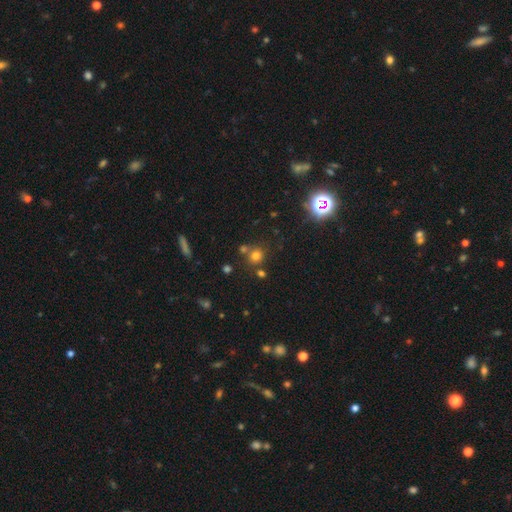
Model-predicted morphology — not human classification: A smooth galaxy with no disk features (71%) that is round (88%). Merging: none (69%).